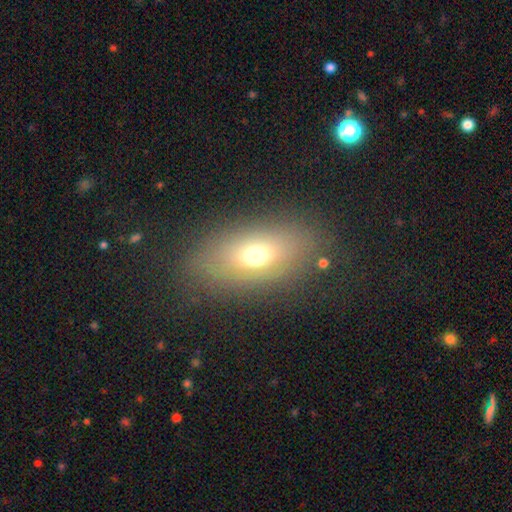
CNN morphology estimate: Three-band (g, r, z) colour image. It shows a smooth galaxy with no disk features (64%) that is in between round and cigar-shaped (83%). Merging: none (78%).